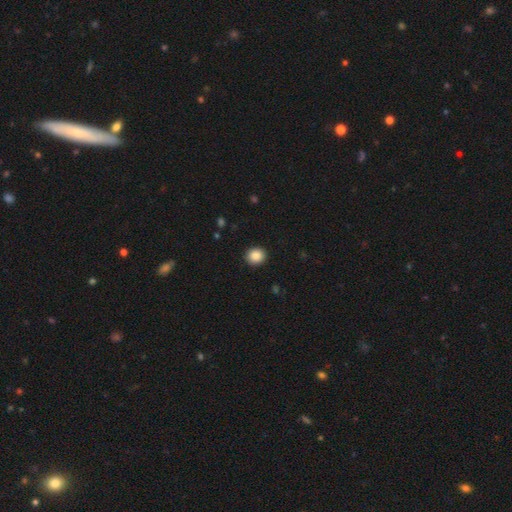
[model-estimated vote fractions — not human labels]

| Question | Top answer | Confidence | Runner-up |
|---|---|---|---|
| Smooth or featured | smooth | 88% | star or artifact (9%) |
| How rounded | round | 83% | in between (16%) |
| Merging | none | 91% | minor disturbance (6%) |